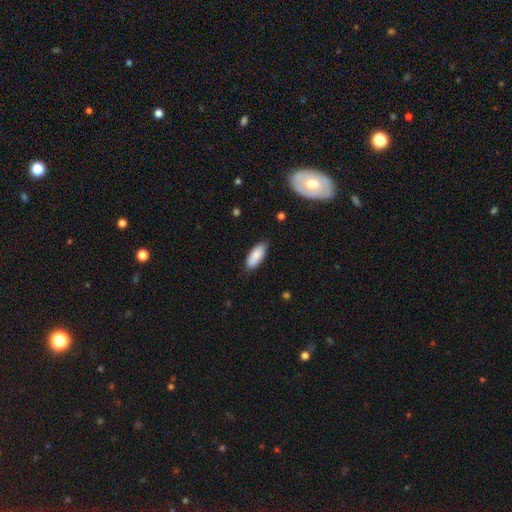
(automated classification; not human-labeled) Overall: smooth (88%). How rounded: in between (82%). Merging: none (85%).